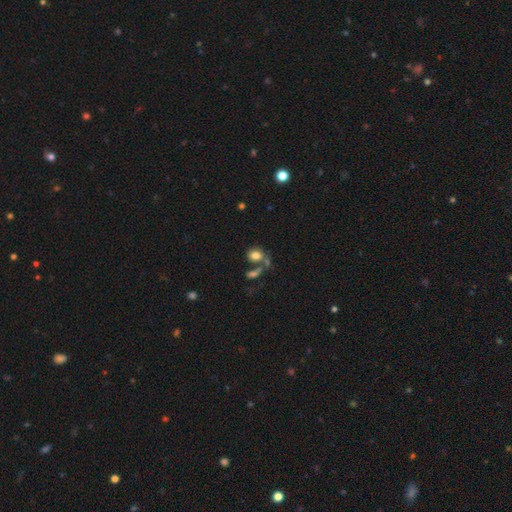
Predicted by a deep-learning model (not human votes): smooth-or-featured: smooth: 75% | featured or disk: 14% | star or artifact: 11%
  how-rounded: in between: 52% | round: 47% | cigar-shaped: 2%
  merging: merger: 40% | none: 38% | major disturbance: 11% | minor disturbance: 11%